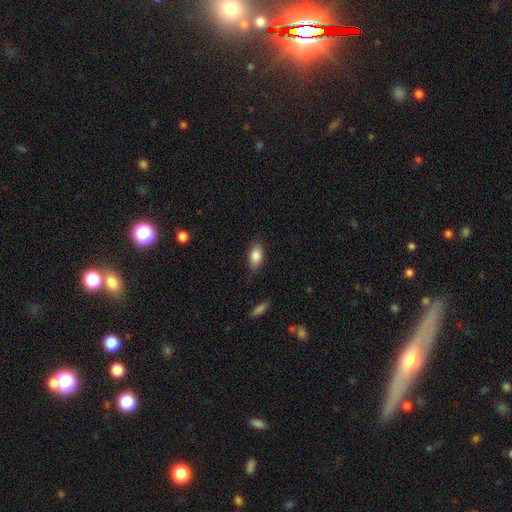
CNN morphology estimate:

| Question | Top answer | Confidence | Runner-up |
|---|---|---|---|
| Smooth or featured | smooth | 86% | star or artifact (7%) |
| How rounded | in between | 91% | round (5%) |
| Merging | none | 81% | minor disturbance (14%) |